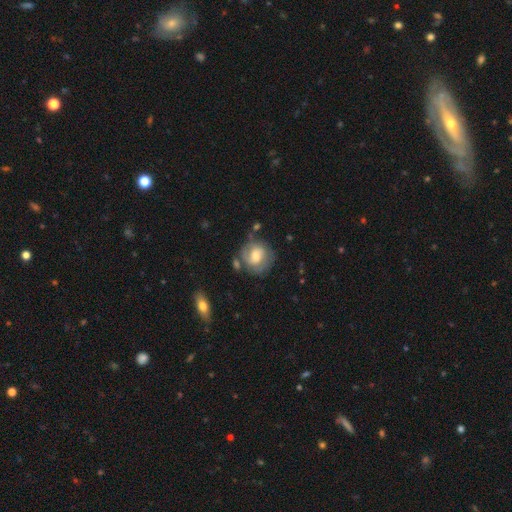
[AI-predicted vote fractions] Smooth or featured?
  - featured or disk: 50% *
  - smooth: 43%
  - star or artifact: 7%
Merging?
  - none: 61% *
  - minor disturbance: 22%
  - major disturbance: 10%
  - merger: 8%